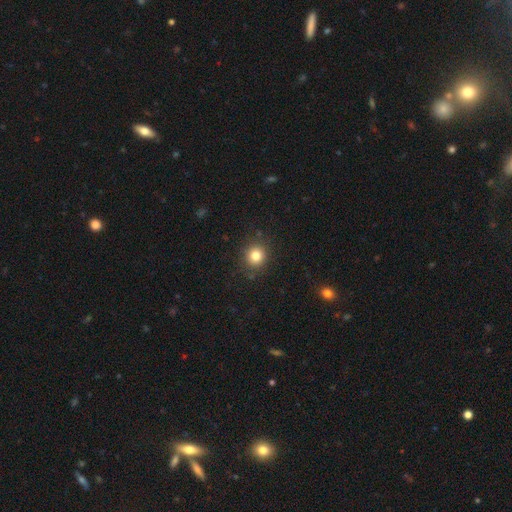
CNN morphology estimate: smooth_or_featured: smooth (p=0.82) [alt: star or artifact p=0.12]
how_rounded: round (p=0.89) [alt: in between p=0.10]
merging: none (p=0.88) [alt: minor disturbance p=0.08]